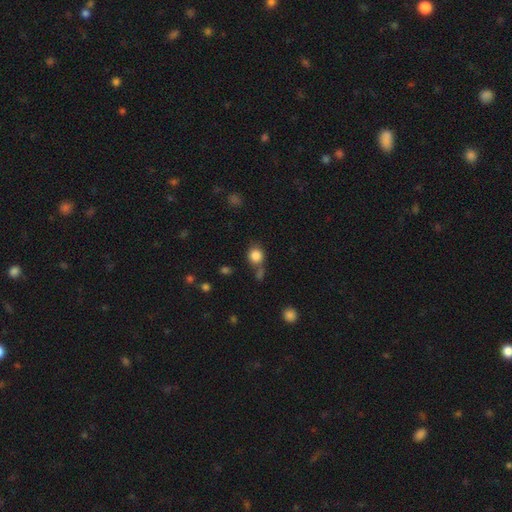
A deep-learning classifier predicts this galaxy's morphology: Q: Smooth or featured?
A: smooth (84%); runner-up: star or artifact (11%)
Q: How rounded?
A: round (83%); runner-up: in between (16%)
Q: Merging?
A: none (64%); runner-up: merger (18%)